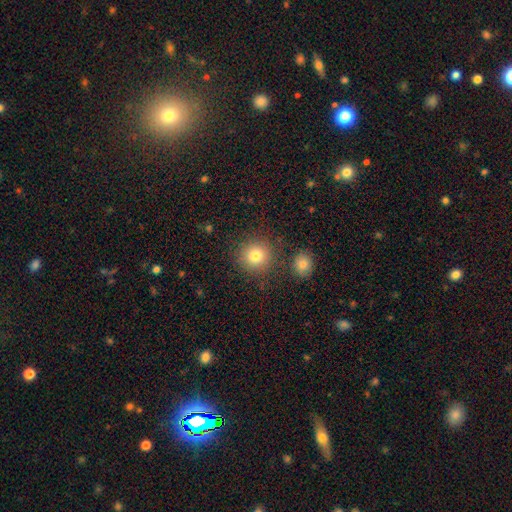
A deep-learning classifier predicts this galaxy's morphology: Smooth or featured? smooth (80%)
How rounded? round (93%)
Merging? none (84%)